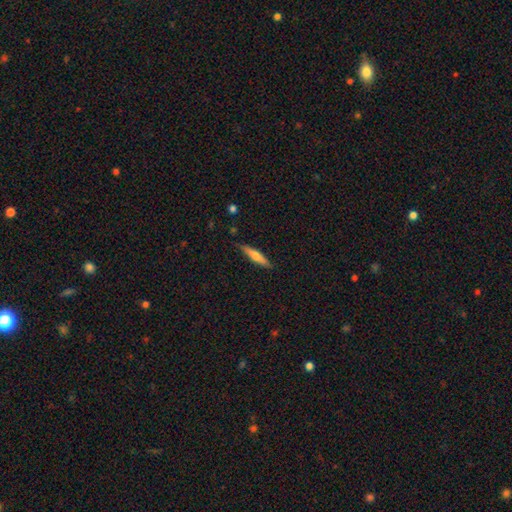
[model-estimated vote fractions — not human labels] smooth-or-featured: smooth: 55% | featured or disk: 39% | star or artifact: 6%
  how-rounded: cigar-shaped: 87% | in between: 11% | round: 2%
  merging: none: 84% | minor disturbance: 12% | major disturbance: 2% | merger: 1%